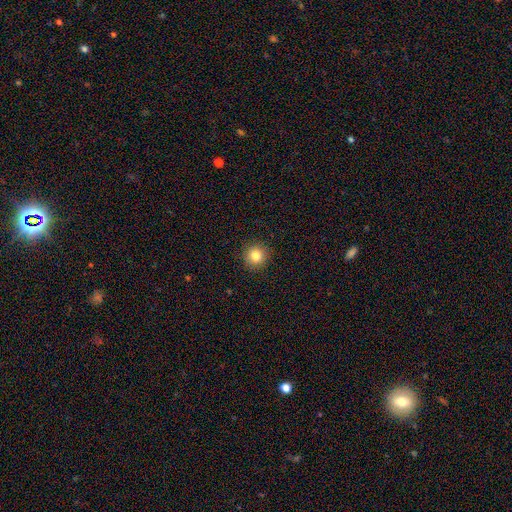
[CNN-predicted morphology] smooth 83%, star or artifact 11%, featured or disk 6%. Down the decision tree: how rounded — round (93%); merging — none (92%).